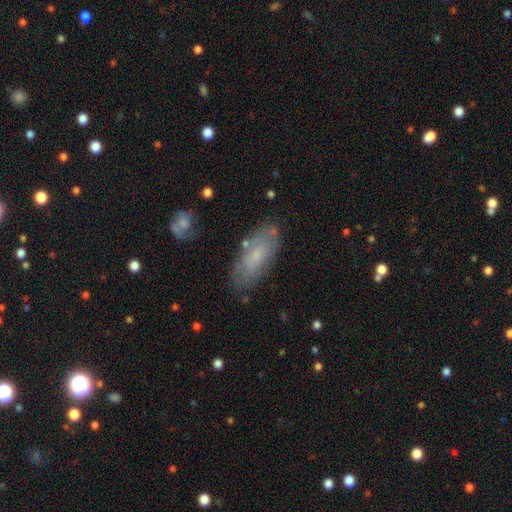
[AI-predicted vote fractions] This is possibly a smooth galaxy (56%). How rounded: likely in between (77%). Merging: likely none (75%).